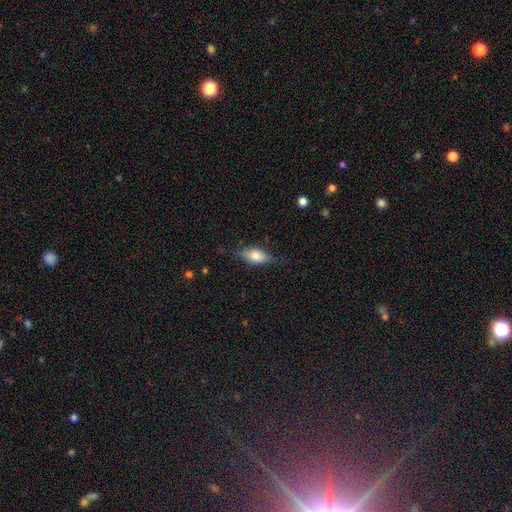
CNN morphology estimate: Smooth or featured? Predicted: smooth (p=0.69). How rounded? Predicted: in between (p=0.82). Merging? Predicted: none (p=0.74).